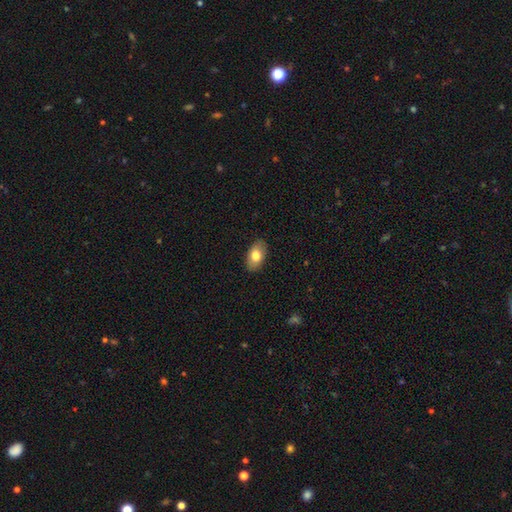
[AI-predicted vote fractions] A smooth galaxy with no disk features (77%) that is in between round and cigar-shaped (92%).

Vote fractions:
- Smooth or featured? smooth: 77% / featured or disk: 16% / star or artifact: 7%
- How rounded? in between: 92% / round: 6% / cigar-shaped: 2%
- Merging? none: 88% / minor disturbance: 9% / major disturbance: 2% / merger: 1%